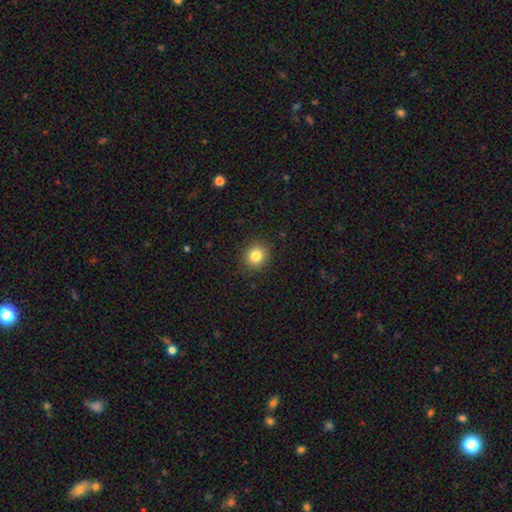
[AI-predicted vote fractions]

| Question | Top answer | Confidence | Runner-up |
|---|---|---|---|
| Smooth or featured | smooth | 83% | star or artifact (11%) |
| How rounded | round | 86% | in between (13%) |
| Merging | none | 90% | minor disturbance (6%) |